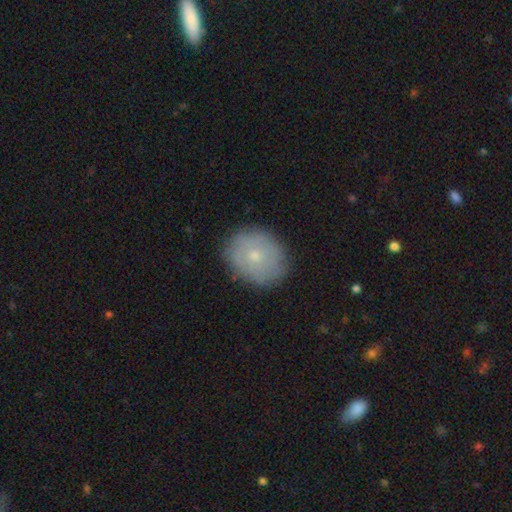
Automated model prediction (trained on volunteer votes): Morphology: type=smooth (64%); roundness=round (61%); merging=none (83%).